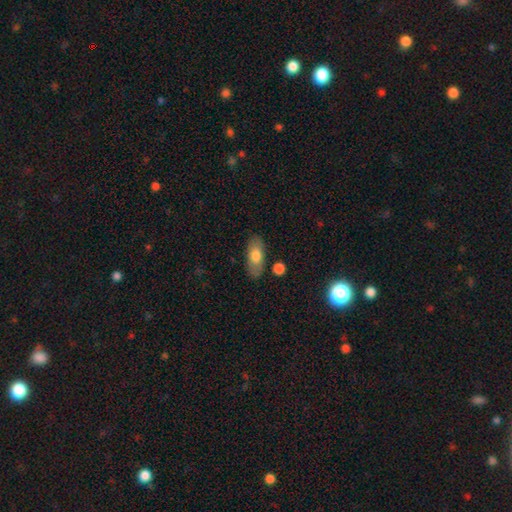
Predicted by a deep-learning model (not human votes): Smooth or featured? smooth (71%)
How rounded? in between (86%)
Merging? none (81%)